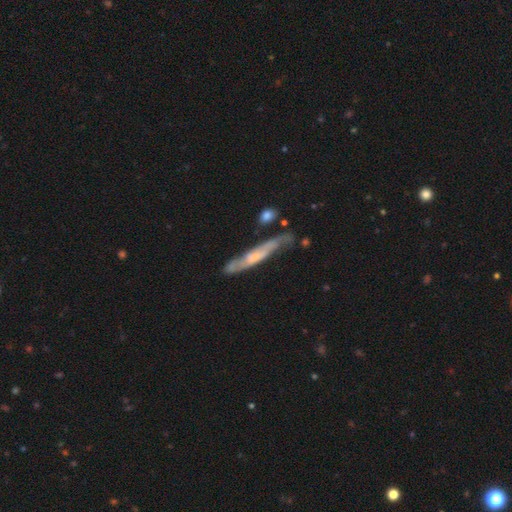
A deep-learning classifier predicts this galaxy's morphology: This appears to be a featured or disk galaxy (65%) viewed edge-on (64%). Merging: none (59%).